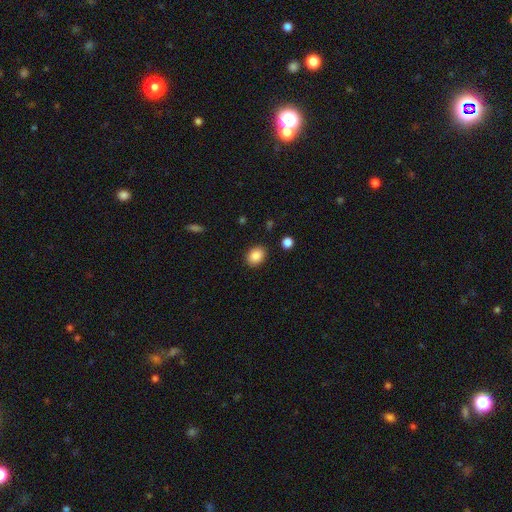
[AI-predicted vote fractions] smooth 87%, star or artifact 9%, featured or disk 4%. Down the decision tree: how rounded — in between (60%); merging — none (87%).